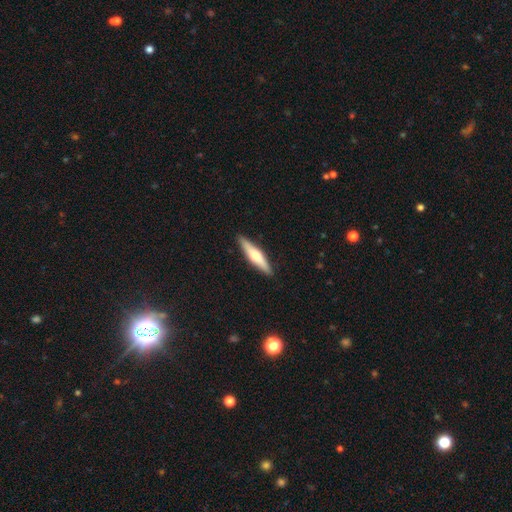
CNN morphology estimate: type=featured or disk (48%); merging=none (90%).